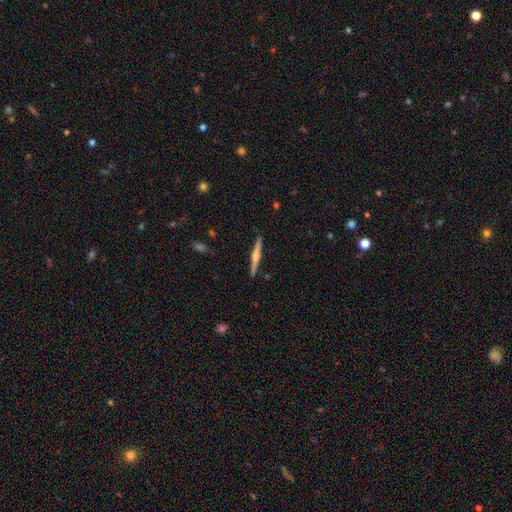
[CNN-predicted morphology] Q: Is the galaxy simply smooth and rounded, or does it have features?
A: featured or disk — 70%.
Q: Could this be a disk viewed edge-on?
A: yes — 98%.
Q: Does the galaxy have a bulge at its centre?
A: rounded — 88%.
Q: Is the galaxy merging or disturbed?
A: none — 90%.